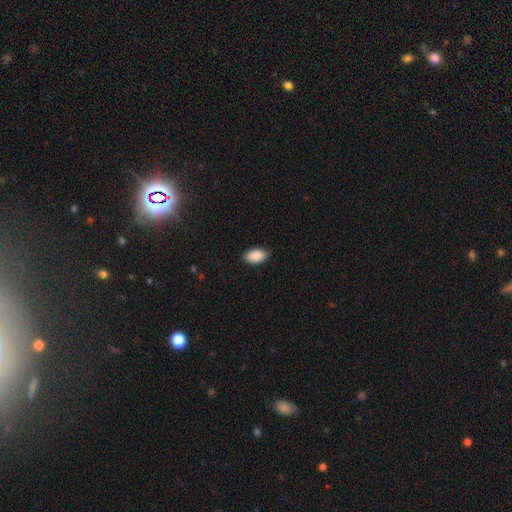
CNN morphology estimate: A smooth galaxy with no disk features (90%) that is in between round and cigar-shaped (93%). Merging: none (81%).